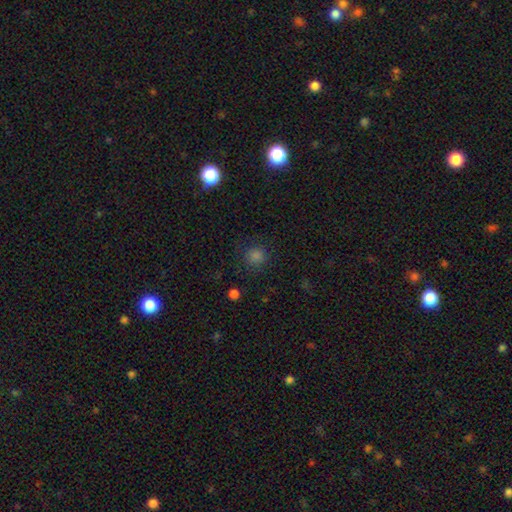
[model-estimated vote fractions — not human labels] Q: Smooth or featured?
A: smooth (76%); runner-up: star or artifact (20%)
Q: How rounded?
A: round (92%); runner-up: in between (7%)
Q: Merging?
A: none (86%); runner-up: minor disturbance (9%)